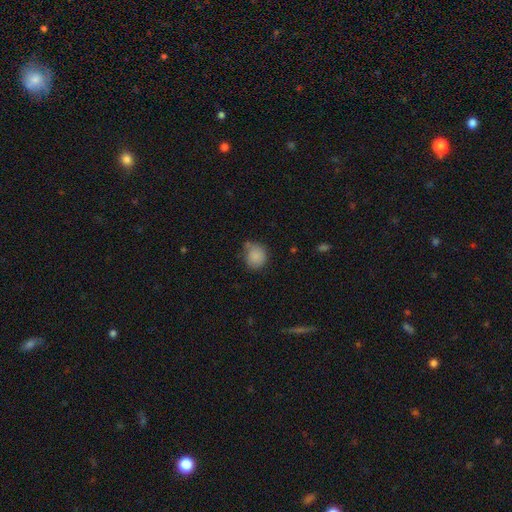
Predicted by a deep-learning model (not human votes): A smooth galaxy with no disk features (85%) that is round (78%). Merging: none (60%).